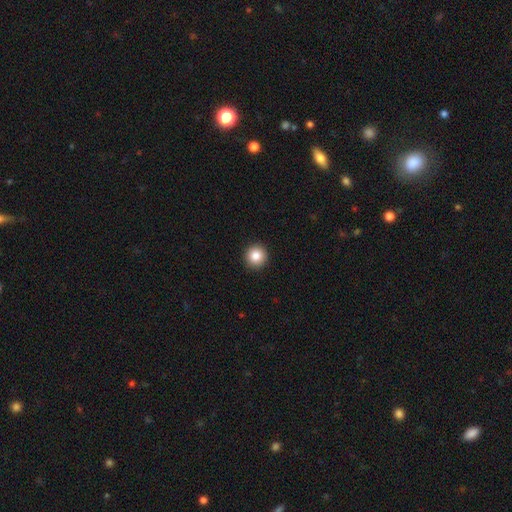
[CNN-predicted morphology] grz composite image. It shows a smooth galaxy with no disk features (85%) that is round (95%). Merging: none (93%).